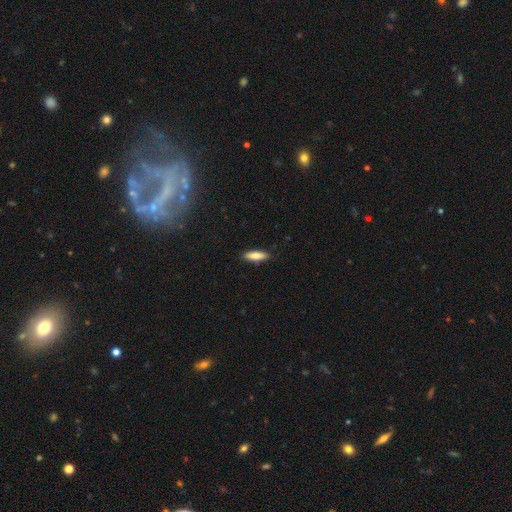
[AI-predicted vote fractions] This is clearly a smooth galaxy (82%). How rounded: possibly cigar-shaped (57%). Merging: clearly none (88%).